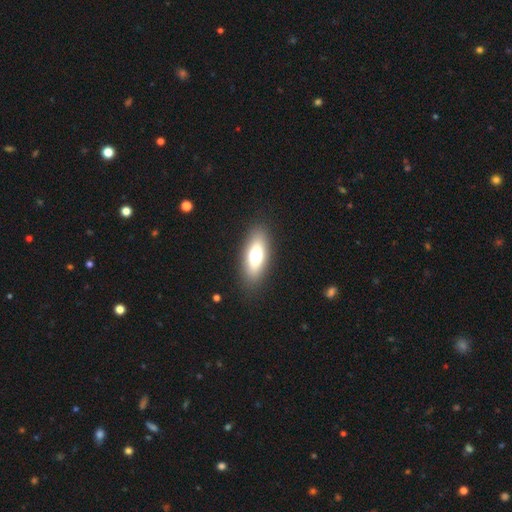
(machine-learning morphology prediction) This is likely a smooth galaxy (67%). How rounded: likely in between (72%). Merging: clearly none (88%).